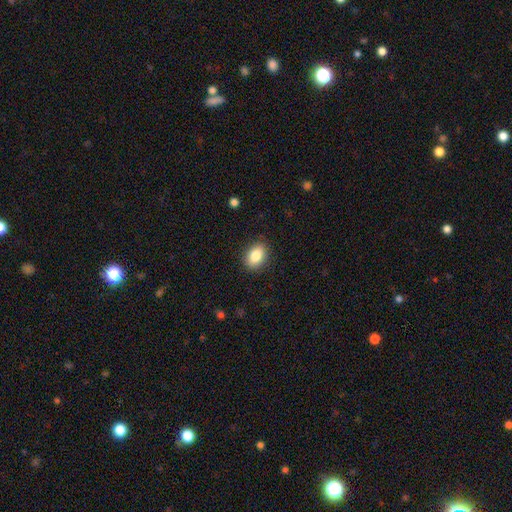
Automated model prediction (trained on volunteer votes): Smooth or featured: smooth — 84% (star or artifact — 8%)
How rounded: in between — 79% (round — 19%)
Merging: none — 87% (minor disturbance — 9%)